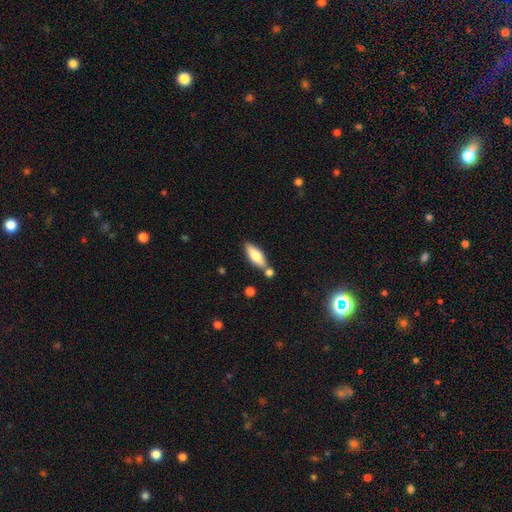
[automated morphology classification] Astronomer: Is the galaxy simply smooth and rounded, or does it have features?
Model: smooth — 70%.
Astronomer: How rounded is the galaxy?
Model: in between — 65%.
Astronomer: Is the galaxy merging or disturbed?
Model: none — 71%.